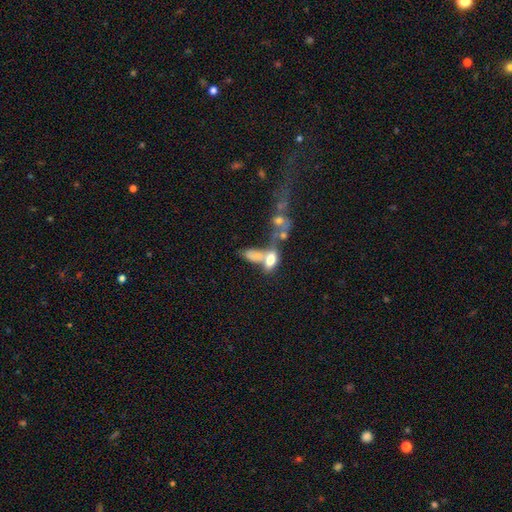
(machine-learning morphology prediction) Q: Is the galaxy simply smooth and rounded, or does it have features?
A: smooth — 66%.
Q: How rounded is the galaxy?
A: in between — 82%.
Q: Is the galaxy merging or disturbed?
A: merger — 58%.